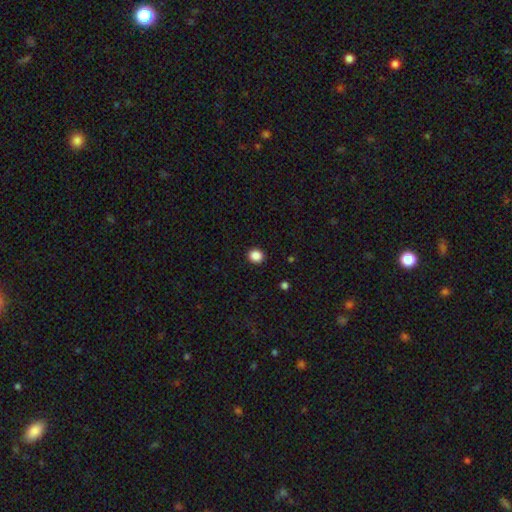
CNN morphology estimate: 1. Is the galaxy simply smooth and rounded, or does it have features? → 87% smooth, 10% star or artifact, 3% featured or disk.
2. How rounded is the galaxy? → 78% round, 21% in between, 1% cigar-shaped.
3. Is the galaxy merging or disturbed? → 92% none, 5% minor disturbance, 2% major disturbance, 1% merger.